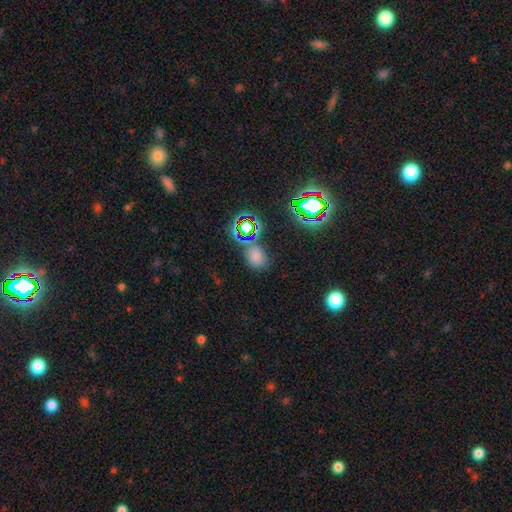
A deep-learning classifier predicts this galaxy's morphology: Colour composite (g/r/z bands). It shows a smooth galaxy with no disk features (60%) that is in between round and cigar-shaped (59%). Merging: none (61%).